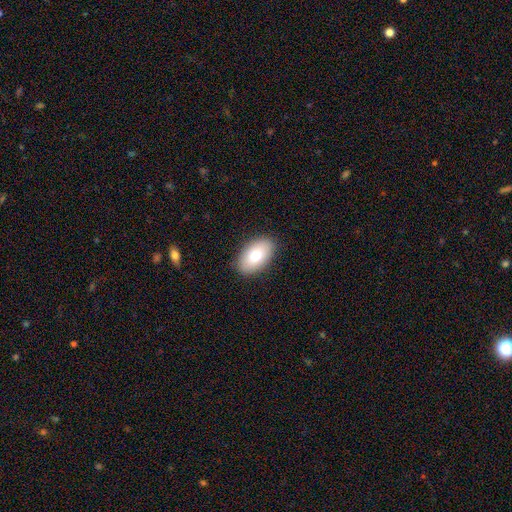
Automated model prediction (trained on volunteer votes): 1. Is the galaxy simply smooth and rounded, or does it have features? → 79% smooth, 14% featured or disk, 7% star or artifact.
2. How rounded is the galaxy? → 94% in between, 5% round, 2% cigar-shaped.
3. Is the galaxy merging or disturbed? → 88% none, 9% minor disturbance, 2% major disturbance, 1% merger.